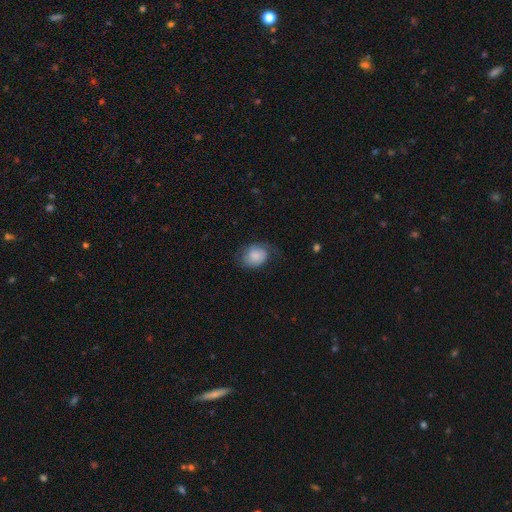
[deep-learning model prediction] This appears to be a smooth galaxy with no disk features (73%) that is in between round and cigar-shaped (56%). Merging: none (55%).